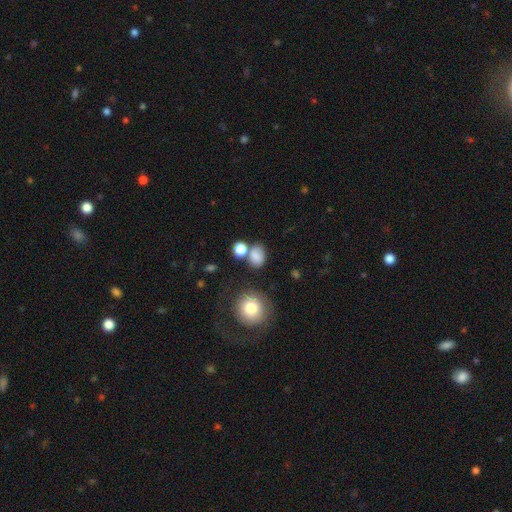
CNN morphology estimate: Smooth or featured? Predicted: smooth (p=0.81). How rounded? Predicted: in between (p=0.56). Merging? Predicted: none (p=0.59).